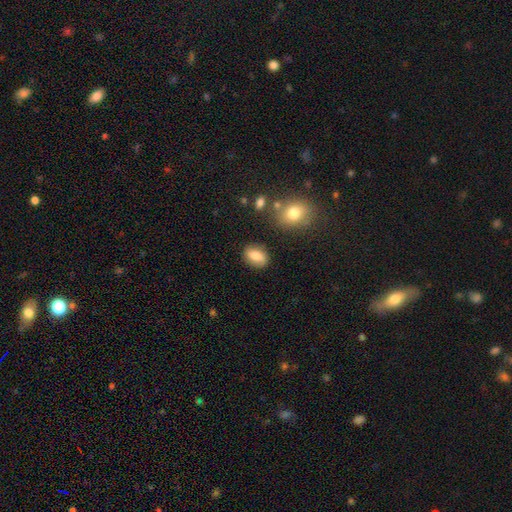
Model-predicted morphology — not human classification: The model was most divided on "smooth or featured": smooth: 79%, featured or disk: 13%, star or artifact: 8%. More confident: merging — none (83%); how rounded — in between (82%).